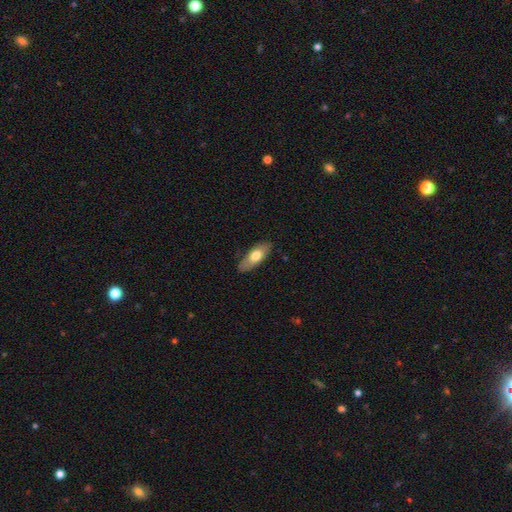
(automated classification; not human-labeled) Smooth or featured? smooth (68%)
How rounded? in between (74%)
Merging? none (83%)